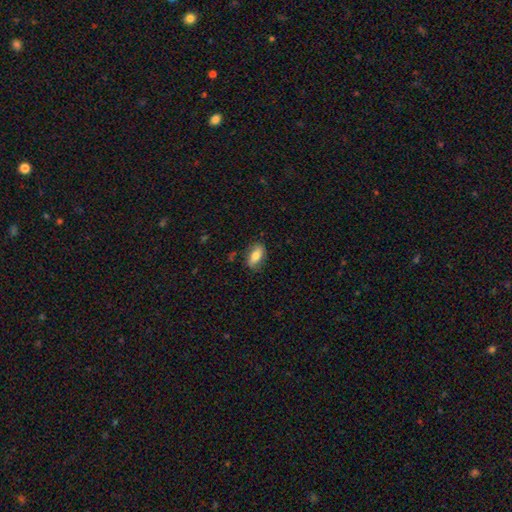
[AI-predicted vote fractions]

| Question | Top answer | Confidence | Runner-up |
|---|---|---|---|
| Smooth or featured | smooth | 77% | featured or disk (15%) |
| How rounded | in between | 87% | cigar-shaped (8%) |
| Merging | none | 79% | minor disturbance (16%) |